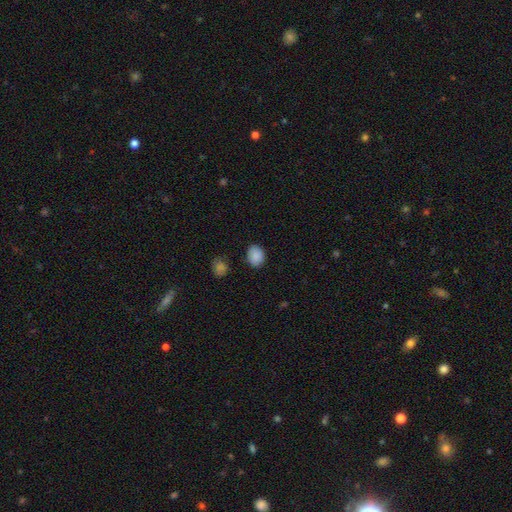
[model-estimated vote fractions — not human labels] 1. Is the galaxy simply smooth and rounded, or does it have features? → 88% smooth, 8% star or artifact, 4% featured or disk.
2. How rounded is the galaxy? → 56% in between, 43% round, 1% cigar-shaped.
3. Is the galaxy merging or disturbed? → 83% none, 12% minor disturbance, 3% major disturbance, 2% merger.